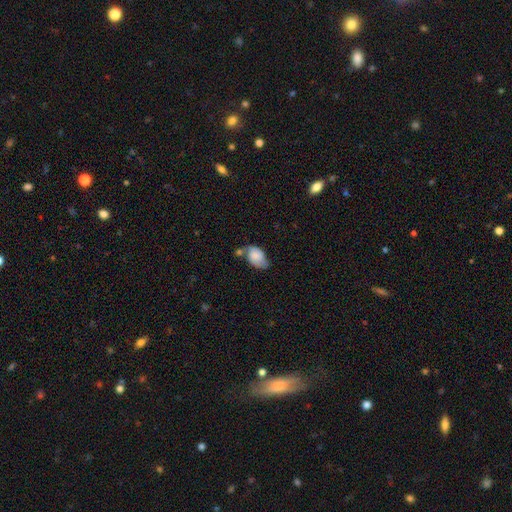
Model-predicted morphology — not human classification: Smooth or featured?
  - smooth: 73% *
  - featured or disk: 19%
  - star or artifact: 8%
How rounded?
  - in between: 89% *
  - round: 10%
  - cigar-shaped: 1%
Merging?
  - none: 38% *
  - minor disturbance: 30%
  - merger: 21%
  - major disturbance: 11%